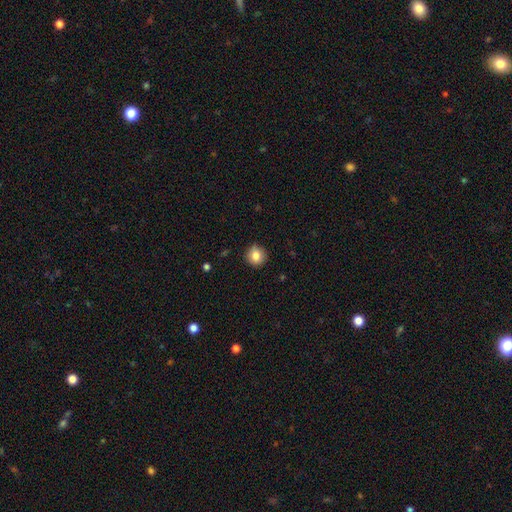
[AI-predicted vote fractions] smooth 83%, star or artifact 10%, featured or disk 7%. Down the decision tree: how rounded — round (90%); merging — none (87%).